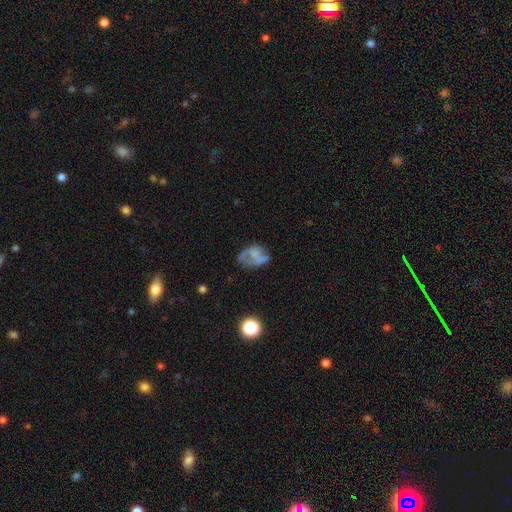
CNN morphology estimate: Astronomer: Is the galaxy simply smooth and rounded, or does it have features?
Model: featured or disk — 47% (runner-up: smooth, 40%).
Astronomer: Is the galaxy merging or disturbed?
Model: none — 38% (runner-up: major disturbance, 31%).